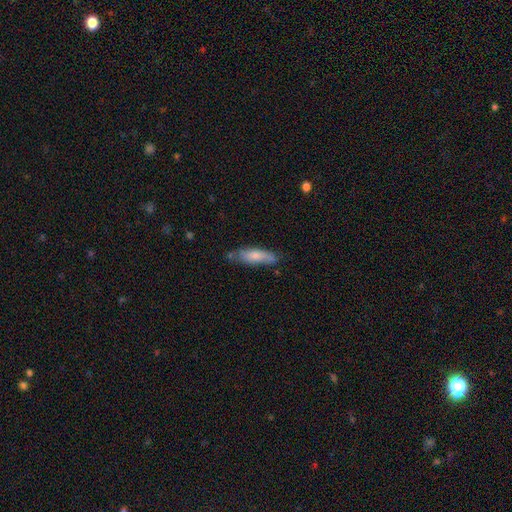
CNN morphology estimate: Smooth or featured: smooth — 75% (featured or disk — 20%)
How rounded: cigar-shaped — 56% (in between — 43%)
Merging: none — 70% (minor disturbance — 21%)